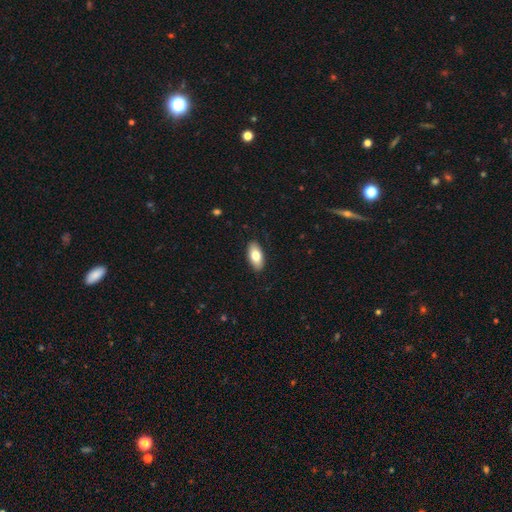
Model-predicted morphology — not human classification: The model was most divided on "smooth or featured": smooth: 77%, featured or disk: 16%, star or artifact: 6%. More confident: how rounded — in between (91%); merging — none (89%).